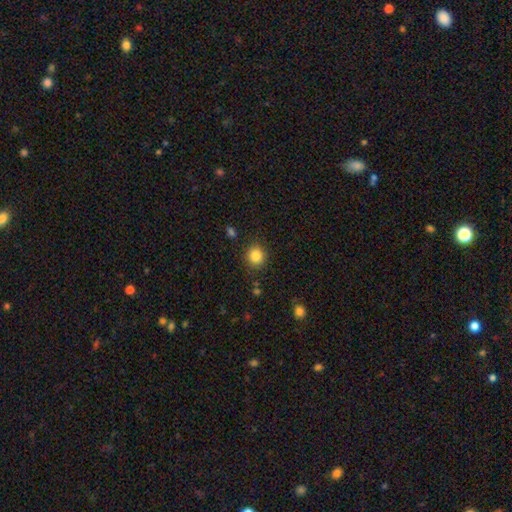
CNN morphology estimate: Smooth or featured? Predicted: smooth (p=0.84). How rounded? Predicted: round (p=0.87). Merging? Predicted: none (p=0.87).